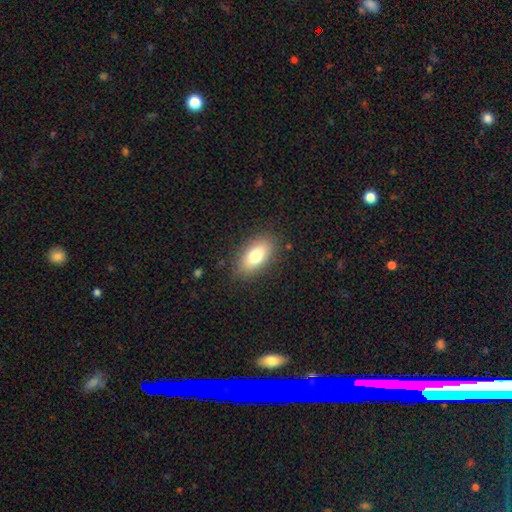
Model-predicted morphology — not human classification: Smooth or featured?
  - smooth: 77% *
  - featured or disk: 15%
  - star or artifact: 8%
How rounded?
  - in between: 89% *
  - cigar-shaped: 6%
  - round: 5%
Merging?
  - none: 85% *
  - minor disturbance: 10%
  - major disturbance: 3%
  - merger: 1%